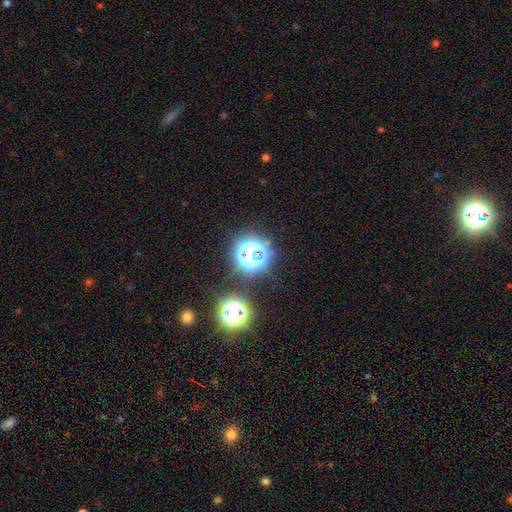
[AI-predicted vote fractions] Smooth or featured: star or artifact — 71% (smooth — 20%)